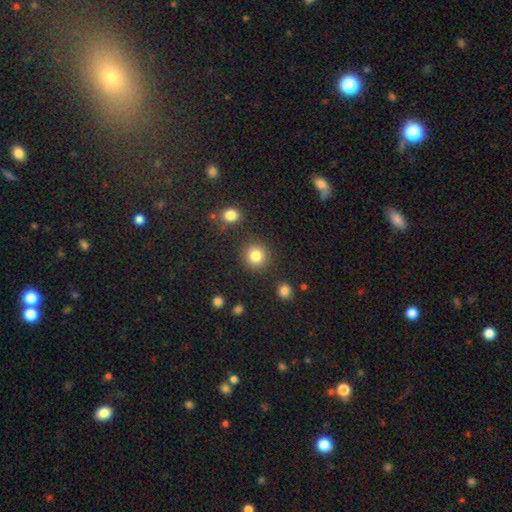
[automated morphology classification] A smooth galaxy with no disk features (83%) that is round (91%).

Vote fractions:
- Smooth or featured? smooth: 83% / star or artifact: 11% / featured or disk: 6%
- How rounded? round: 91% / in between: 8% / cigar-shaped: 1%
- Merging? none: 86% / minor disturbance: 7% / merger: 4% / major disturbance: 3%